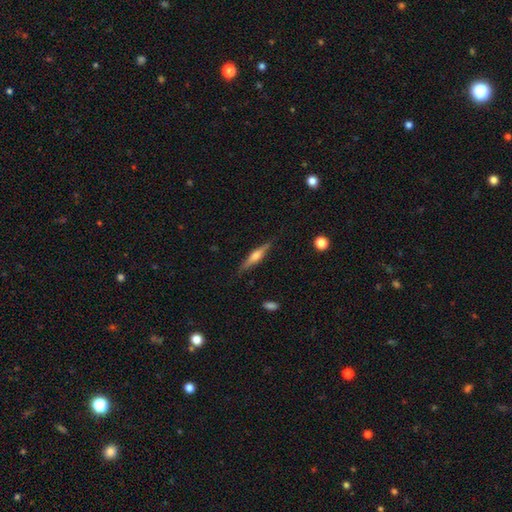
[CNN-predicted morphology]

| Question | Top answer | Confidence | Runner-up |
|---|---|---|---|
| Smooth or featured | featured or disk | 66% | smooth (27%) |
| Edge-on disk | yes | 97% | no (3%) |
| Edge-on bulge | rounded | 86% | boxy (10%) |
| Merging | none | 87% | minor disturbance (10%) |